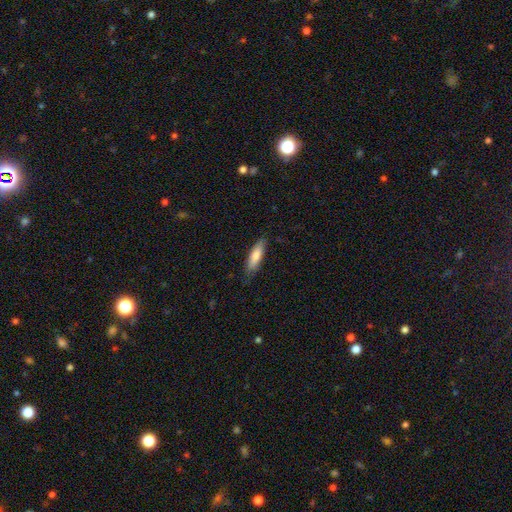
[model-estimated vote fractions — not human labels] Smooth or featured: smooth — 77% (featured or disk — 18%)
How rounded: cigar-shaped — 57% (in between — 41%)
Merging: none — 76% (minor disturbance — 19%)